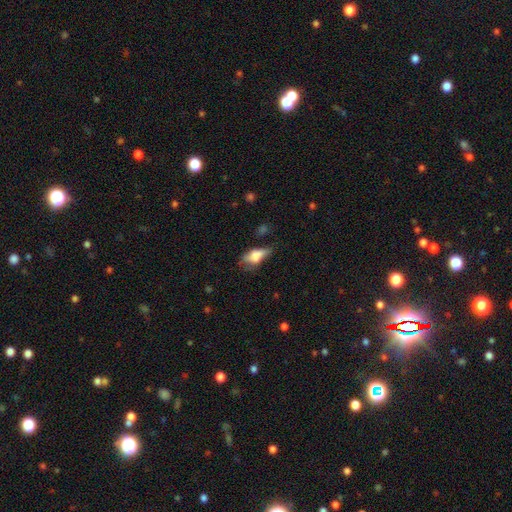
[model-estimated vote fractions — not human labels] smooth_or_featured: smooth (p=0.63) [alt: featured or disk p=0.27]
how_rounded: in between (p=0.79) [alt: cigar-shaped p=0.15]
merging: none (p=0.31) [tied with: major disturbance p=0.31]